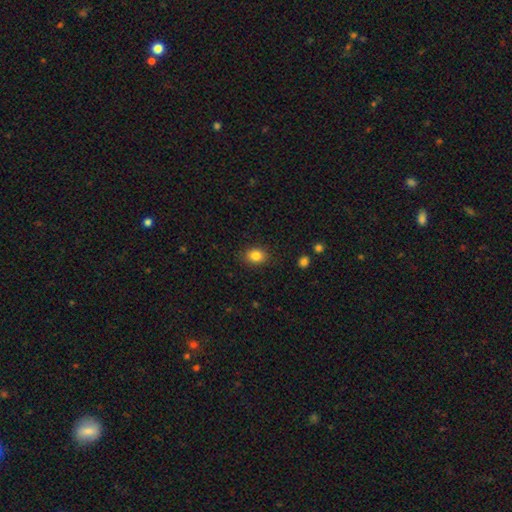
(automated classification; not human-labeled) A smooth galaxy with no disk features (84%) that is in between round and cigar-shaped (53%).

Vote fractions:
- Smooth or featured? smooth: 84% / star or artifact: 10% / featured or disk: 6%
- How rounded? in between: 53% / round: 46% / cigar-shaped: 1%
- Merging? none: 86% / minor disturbance: 10% / major disturbance: 3% / merger: 1%